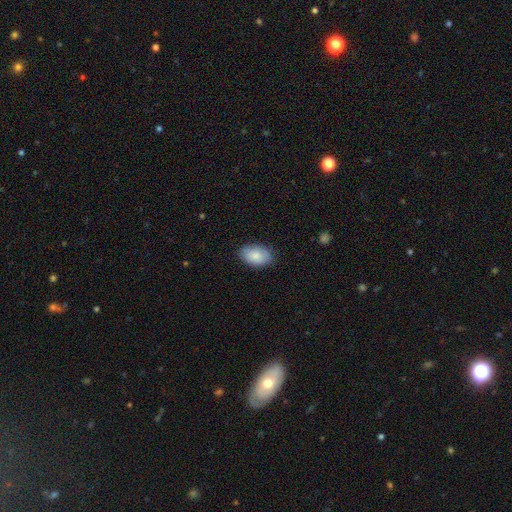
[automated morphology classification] Smooth or featured?
  - smooth: 85% *
  - featured or disk: 9%
  - star or artifact: 6%
How rounded?
  - in between: 91% *
  - round: 7%
  - cigar-shaped: 1%
Merging?
  - none: 83% *
  - minor disturbance: 14%
  - major disturbance: 3%
  - merger: 1%